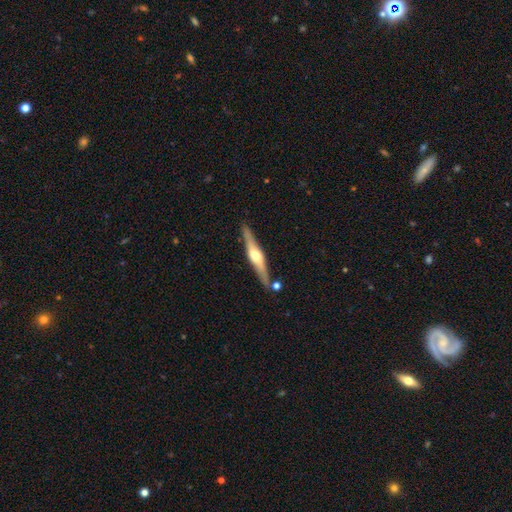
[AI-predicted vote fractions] Smooth or featured: featured or disk — 72% (smooth — 23%)
Edge-on disk: yes — 96% (no — 4%)
Edge-on bulge: rounded — 88% (boxy — 8%)
Merging: none — 83% (minor disturbance — 10%)